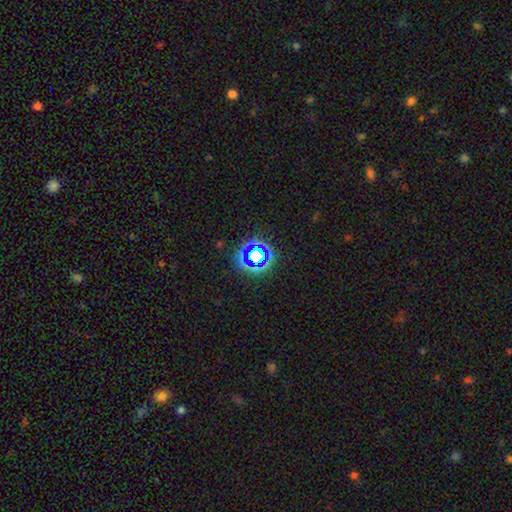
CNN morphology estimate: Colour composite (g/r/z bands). It shows a star or artifact, not a galaxy (56%).